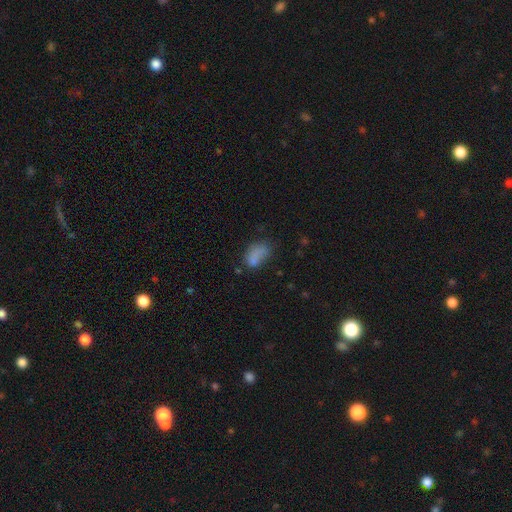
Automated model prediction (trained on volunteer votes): Morphology: type=smooth (76%); roundness=in between (88%); merging=none (39%).